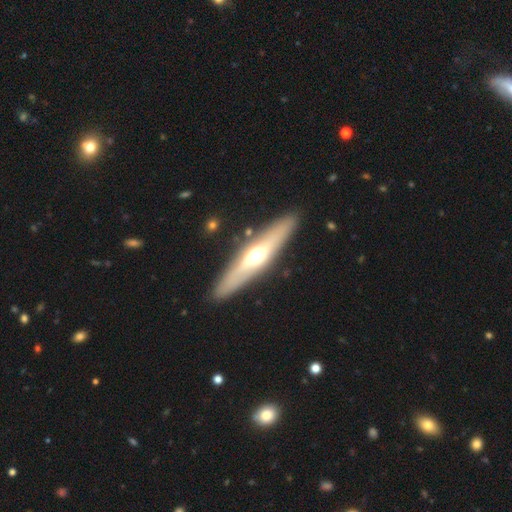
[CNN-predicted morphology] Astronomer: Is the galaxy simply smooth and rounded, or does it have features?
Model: featured or disk — 60% (runner-up: smooth, 35%).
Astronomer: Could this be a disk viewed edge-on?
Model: yes — 85%.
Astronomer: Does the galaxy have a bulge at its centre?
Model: rounded — 90%.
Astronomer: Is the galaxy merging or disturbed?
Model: none — 89%.